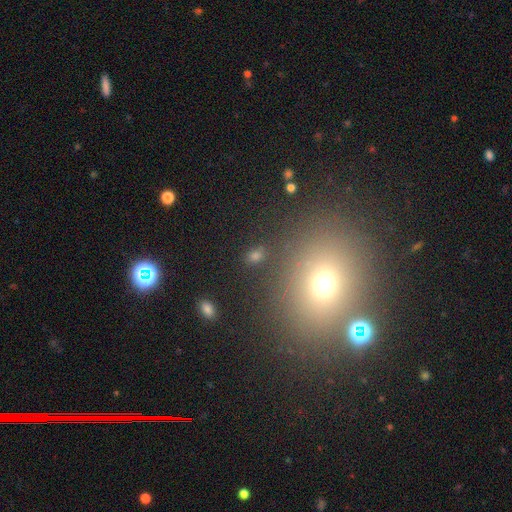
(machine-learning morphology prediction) Smooth or featured? smooth (59%)
How rounded? round (60%)
Merging? none (81%)